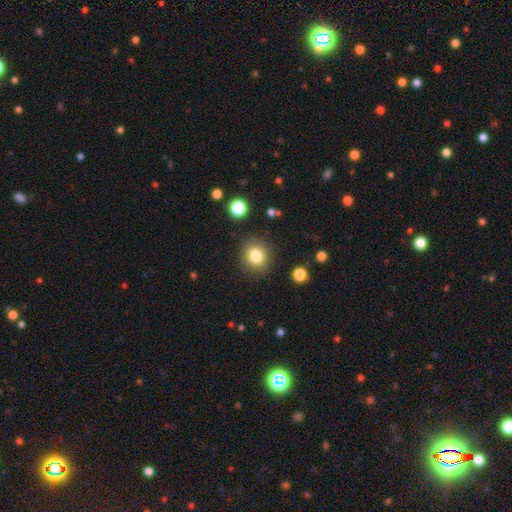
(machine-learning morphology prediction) Q: Smooth or featured?
A: smooth (83%); runner-up: star or artifact (11%)
Q: How rounded?
A: round (82%); runner-up: in between (17%)
Q: Merging?
A: none (86%); runner-up: minor disturbance (8%)